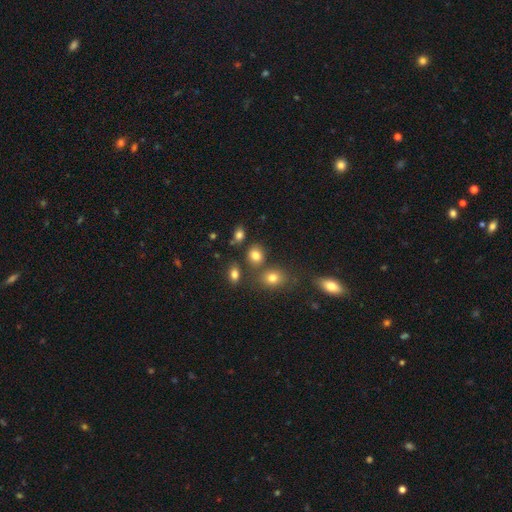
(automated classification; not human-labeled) The model was most divided on "how rounded": round: 58%, in between: 41%, cigar-shaped: 1%. More confident: smooth or featured — smooth (80%); merging — none (71%).